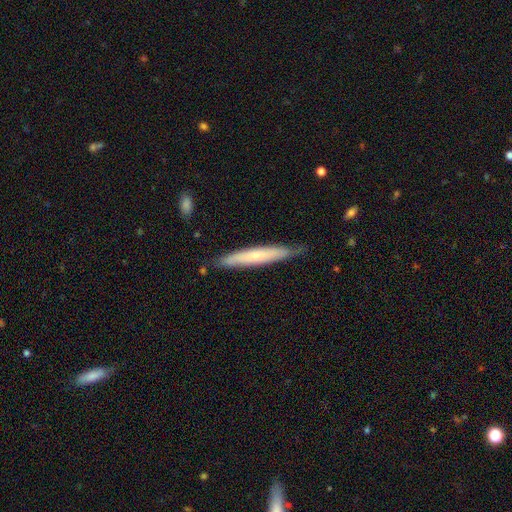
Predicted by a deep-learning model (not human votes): This appears to be a smooth galaxy with no disk features (53%) that is cigar-shaped (94%). Merging: none (80%).